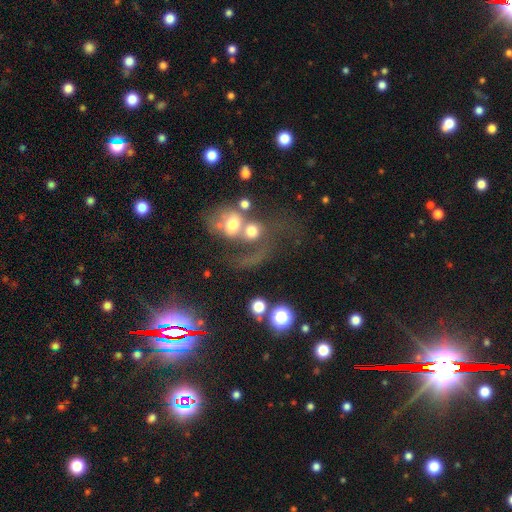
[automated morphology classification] type=featured or disk (41%); merging=merger (61%).